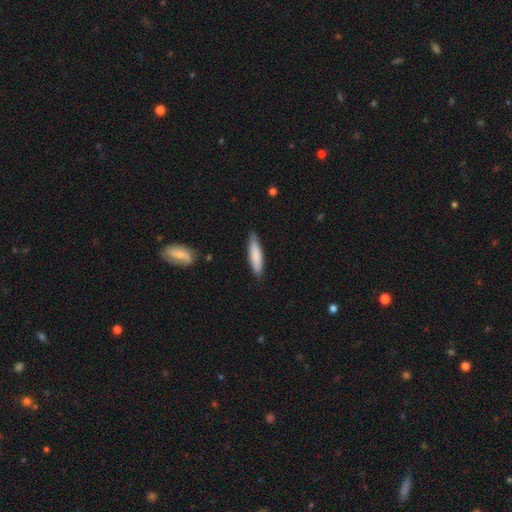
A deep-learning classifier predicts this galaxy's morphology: This is clearly a smooth galaxy (81%). How rounded: likely cigar-shaped (75%). Merging: clearly none (82%).